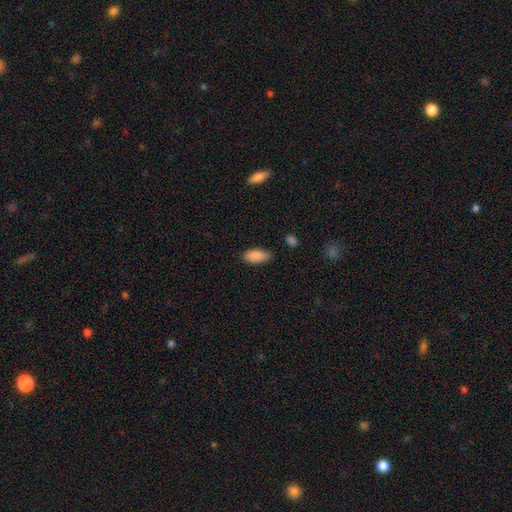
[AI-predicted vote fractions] smooth-or-featured: smooth: 88% | star or artifact: 7% | featured or disk: 5%
  how-rounded: in between: 88% | cigar-shaped: 10% | round: 2%
  merging: none: 77% | minor disturbance: 18% | major disturbance: 3% | merger: 2%